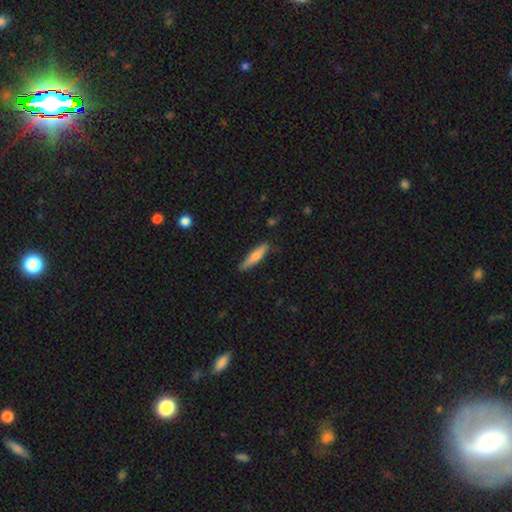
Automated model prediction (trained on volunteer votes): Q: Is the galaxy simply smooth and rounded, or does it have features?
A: smooth — 64%.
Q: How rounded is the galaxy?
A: cigar-shaped — 85%.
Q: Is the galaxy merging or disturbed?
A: none — 86%.